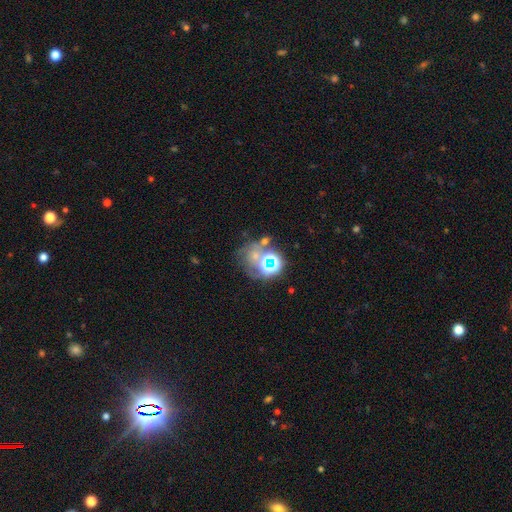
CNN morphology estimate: smooth_or_featured: star or artifact (p=0.38) [alt: smooth p=0.35]